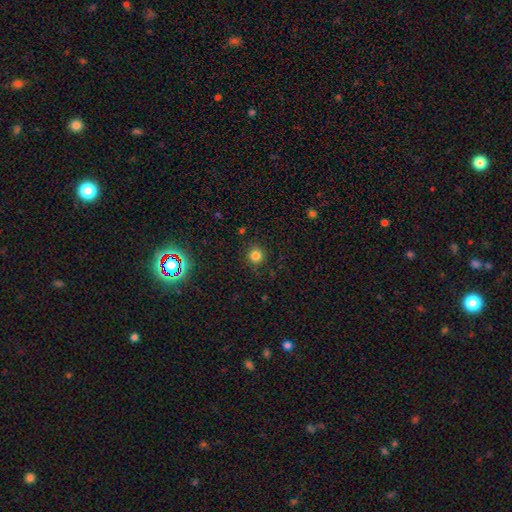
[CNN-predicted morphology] Smooth or featured? smooth (80%)
How rounded? round (94%)
Merging? none (88%)